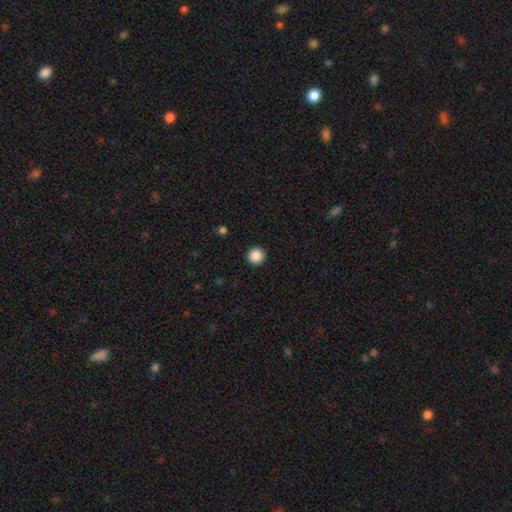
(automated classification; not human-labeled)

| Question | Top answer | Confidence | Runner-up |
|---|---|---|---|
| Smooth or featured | smooth | 88% | star or artifact (10%) |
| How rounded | round | 95% | in between (4%) |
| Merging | none | 93% | minor disturbance (4%) |